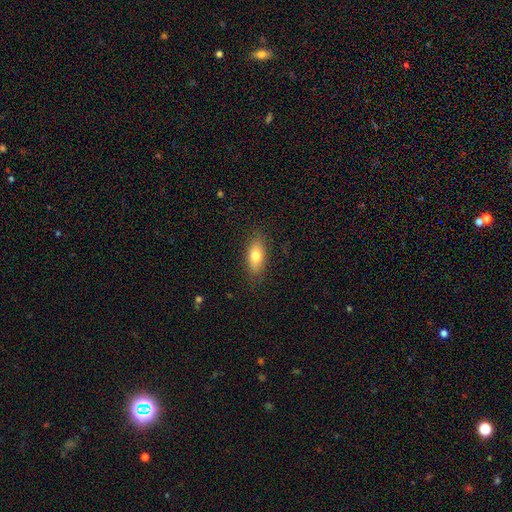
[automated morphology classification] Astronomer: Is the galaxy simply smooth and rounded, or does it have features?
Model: smooth — 76%.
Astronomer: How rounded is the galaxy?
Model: in between — 81%.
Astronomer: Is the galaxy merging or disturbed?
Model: none — 84%.